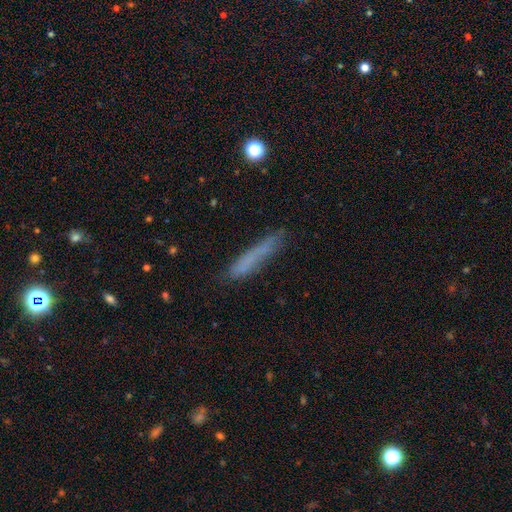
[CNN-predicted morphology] Smooth or featured: smooth — 64% (featured or disk — 23%)
How rounded: cigar-shaped — 92% (in between — 6%)
Merging: none — 81% (minor disturbance — 14%)